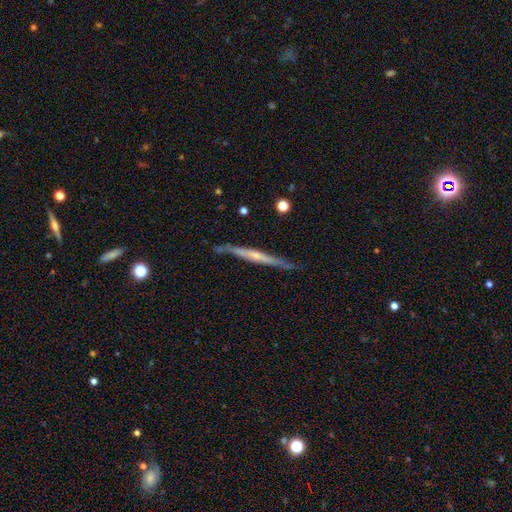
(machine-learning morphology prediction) Smooth or featured? featured or disk (69%)
Edge-on disk? yes (95%)
Edge-on bulge? none (49%)
Merging? none (76%)